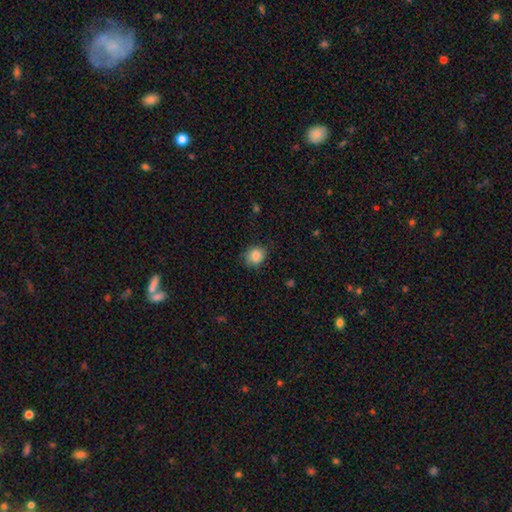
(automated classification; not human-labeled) This appears to be a smooth galaxy with no disk features (86%) that is round (65%). Merging: none (79%).